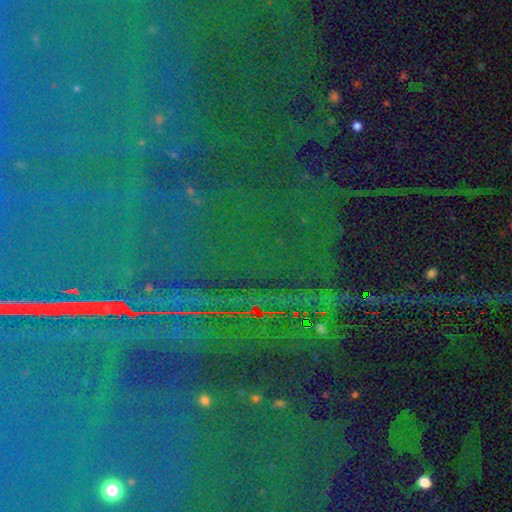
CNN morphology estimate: This appears to be a star or artifact, not a galaxy (88%).